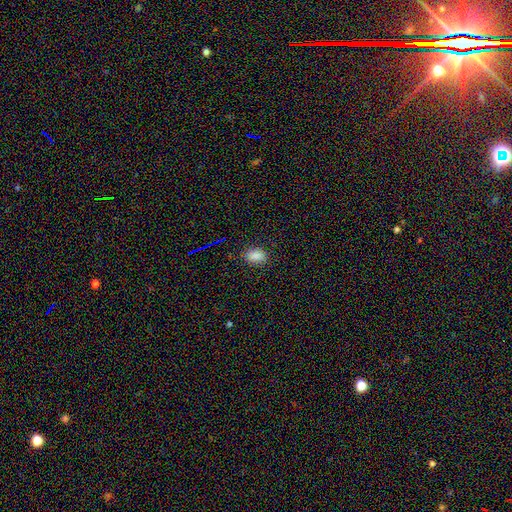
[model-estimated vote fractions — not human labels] This appears to be a smooth galaxy with no disk features (81%) that is in between round and cigar-shaped (83%). Merging: none (83%).